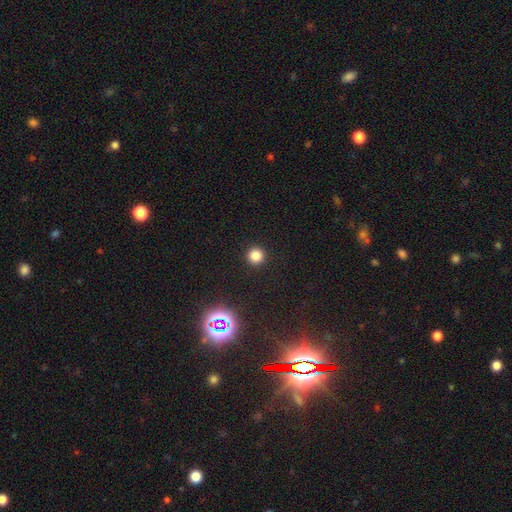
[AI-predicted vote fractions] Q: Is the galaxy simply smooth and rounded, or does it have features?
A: smooth — 81%.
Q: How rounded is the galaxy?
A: round — 95%.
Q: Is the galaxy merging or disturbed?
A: none — 93%.